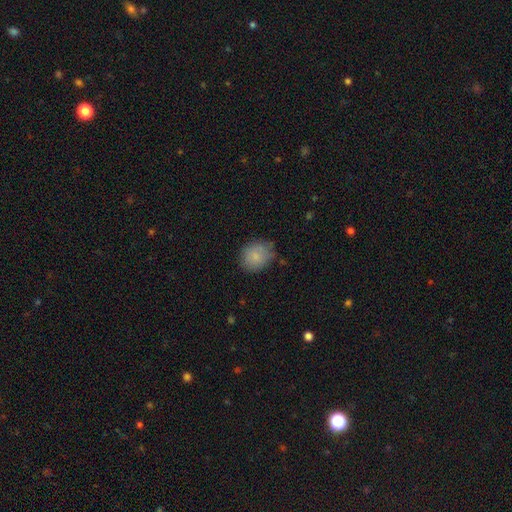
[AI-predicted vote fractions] This is clearly a smooth galaxy (84%). How rounded: likely round (63%). Merging: likely none (74%).